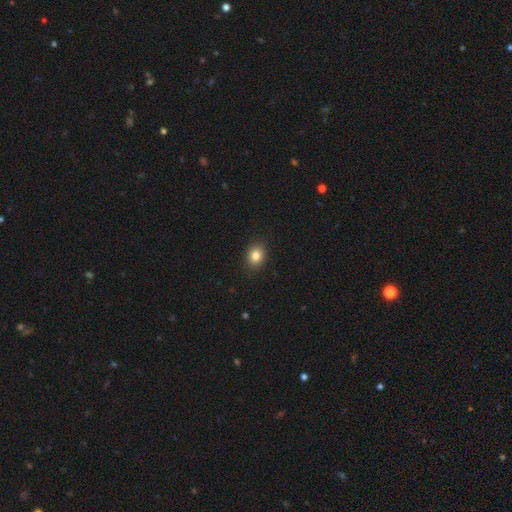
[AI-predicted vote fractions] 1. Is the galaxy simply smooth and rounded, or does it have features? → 83% smooth, 10% star or artifact, 6% featured or disk.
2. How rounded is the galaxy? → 51% round, 48% in between, 1% cigar-shaped.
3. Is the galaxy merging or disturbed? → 90% none, 7% minor disturbance, 2% major disturbance, 1% merger.